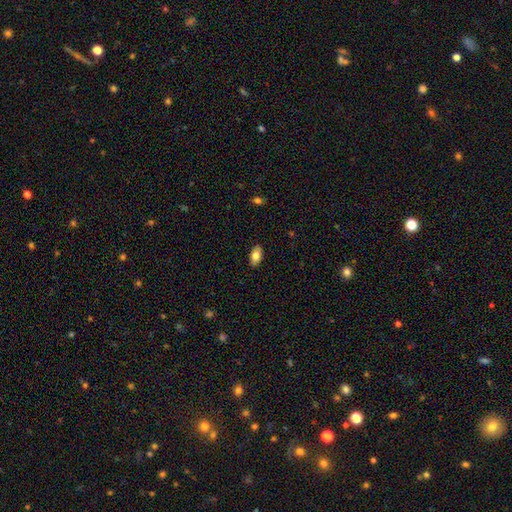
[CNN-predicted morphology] Overall: smooth (78%). How rounded: in between (90%). Merging: none (89%).